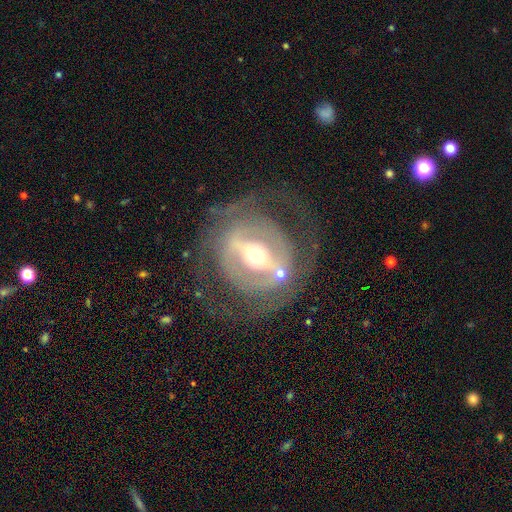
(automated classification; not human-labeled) Smooth or featured?
  - featured or disk: 80% *
  - smooth: 13%
  - star or artifact: 7%
Edge-on disk?
  - no: 93% *
  - yes: 7%
Bar?
  - strong: 58% *
  - weak: 27%
  - no: 15%
Spiral arms?
  - yes: 54% *
  - no: 46%
Bulge size?
  - moderate: 56% *
  - small: 36%
  - large: 6%
  - dominant: 1%
  - none: 1%
Merging?
  - none: 69% *
  - major disturbance: 15%
  - minor disturbance: 14%
  - merger: 3%